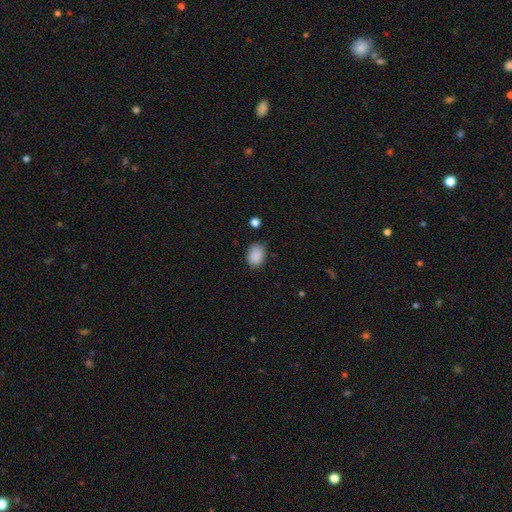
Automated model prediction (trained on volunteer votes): smooth 89%, star or artifact 8%, featured or disk 3%. Down the decision tree: how rounded — in between (72%); merging — none (80%).